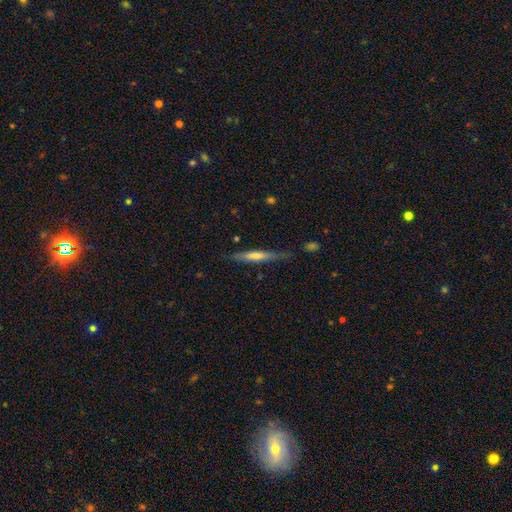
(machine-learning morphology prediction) Smooth or featured: smooth — 54% (featured or disk — 39%)
How rounded: cigar-shaped — 92% (in between — 7%)
Merging: none — 76% (minor disturbance — 18%)